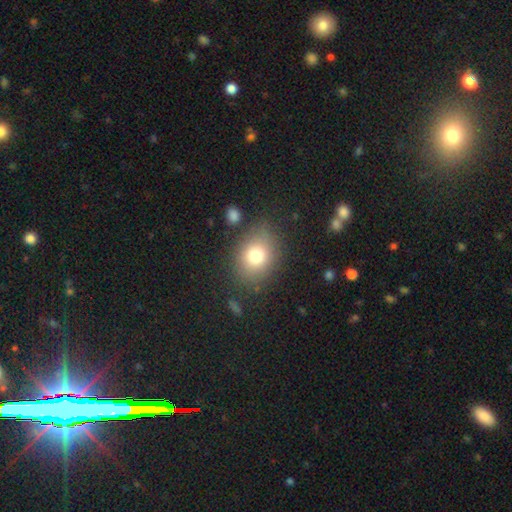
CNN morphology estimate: Smooth or featured? smooth (77%)
How rounded? round (52%)
Merging? none (78%)